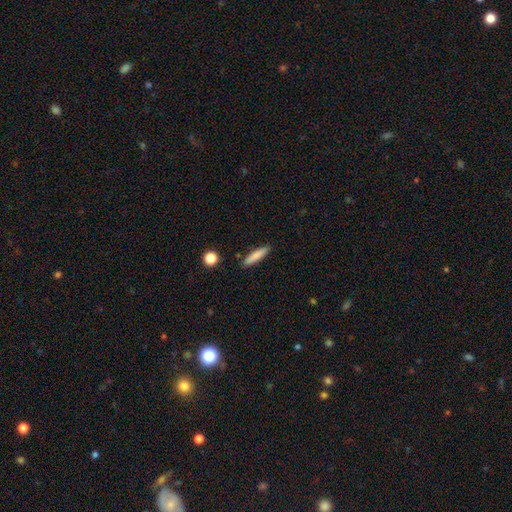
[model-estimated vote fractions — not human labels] smooth 80%, featured or disk 14%, star or artifact 7%. Down the decision tree: how rounded — cigar-shaped (87%); merging — none (87%).